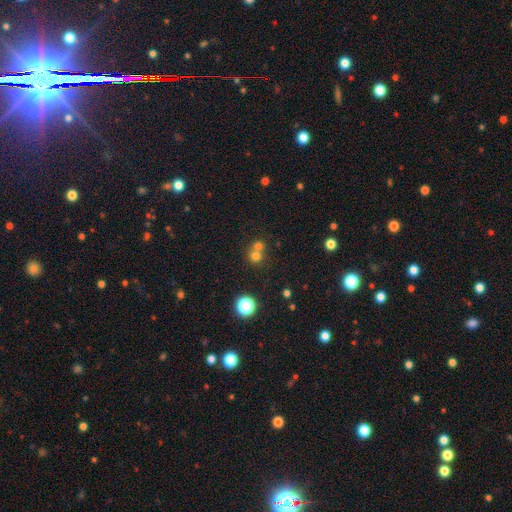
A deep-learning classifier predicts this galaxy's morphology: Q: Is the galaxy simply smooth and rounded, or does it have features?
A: smooth — 70%.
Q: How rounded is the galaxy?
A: round — 88%.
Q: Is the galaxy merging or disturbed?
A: merger — 48%.